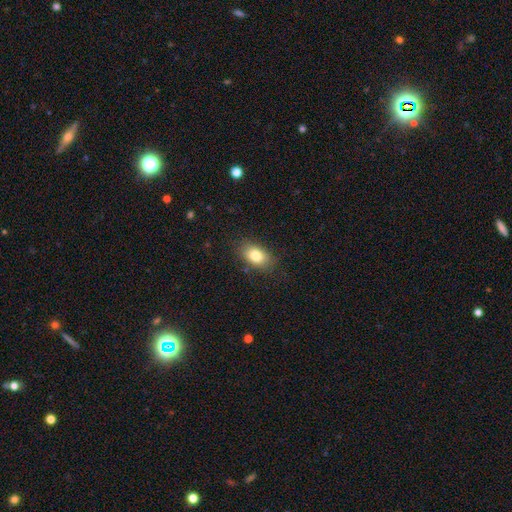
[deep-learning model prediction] A smooth galaxy with no disk features (81%) that is in between round and cigar-shaped (85%).

Vote fractions:
- Smooth or featured? smooth: 81% / featured or disk: 10% / star or artifact: 9%
- How rounded? in between: 85% / round: 13% / cigar-shaped: 2%
- Merging? none: 83% / minor disturbance: 13% / major disturbance: 3% / merger: 1%